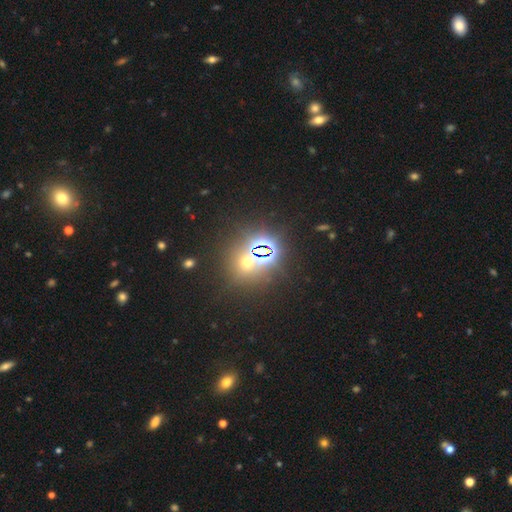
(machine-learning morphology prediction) A star or artifact, not a galaxy (67%).